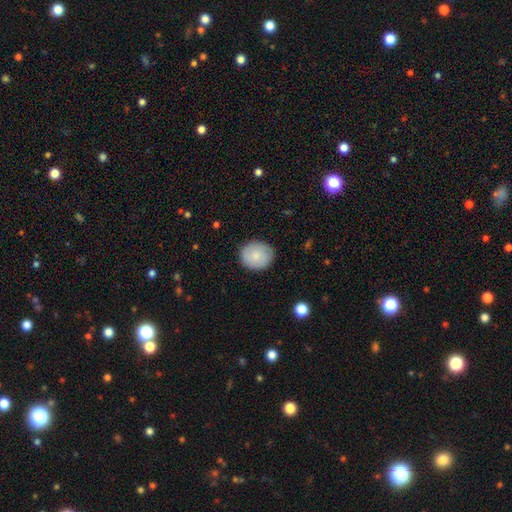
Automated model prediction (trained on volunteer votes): smooth-or-featured: smooth: 81% | featured or disk: 13% | star or artifact: 6%
  how-rounded: round: 72% | in between: 27% | cigar-shaped: 1%
  merging: none: 86% | minor disturbance: 10% | major disturbance: 2% | merger: 1%